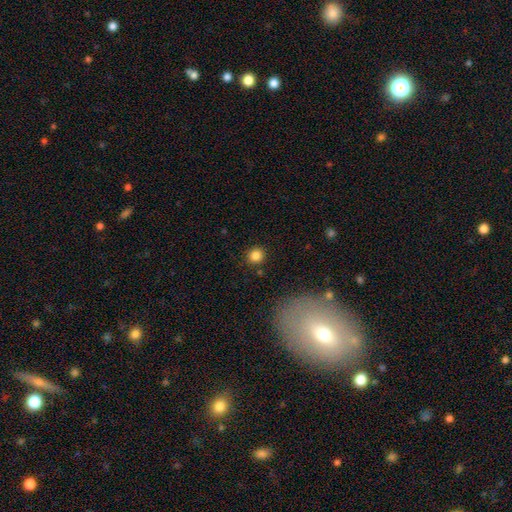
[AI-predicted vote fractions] Smooth or featured? Predicted: smooth (p=0.83). How rounded? Predicted: round (p=0.90). Merging? Predicted: none (p=0.89).